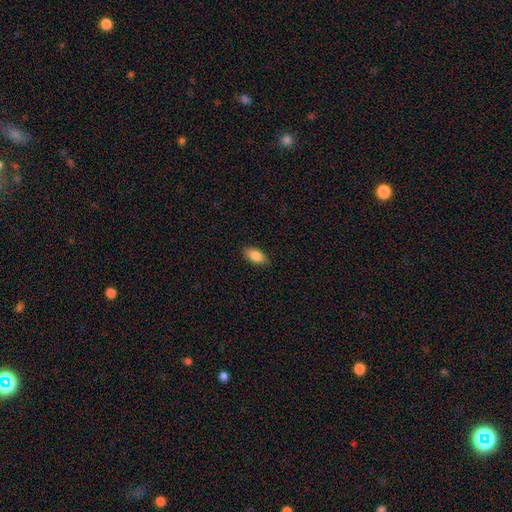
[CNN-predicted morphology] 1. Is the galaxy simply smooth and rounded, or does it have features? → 84% smooth, 9% featured or disk, 7% star or artifact.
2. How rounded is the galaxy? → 90% in between, 7% cigar-shaped, 4% round.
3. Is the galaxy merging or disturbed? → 87% none, 10% minor disturbance, 2% major disturbance, 1% merger.